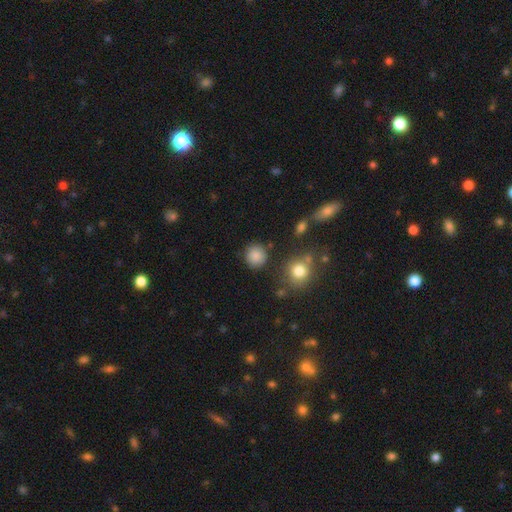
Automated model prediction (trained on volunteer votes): Smooth or featured? smooth (86%)
How rounded? round (90%)
Merging? none (84%)